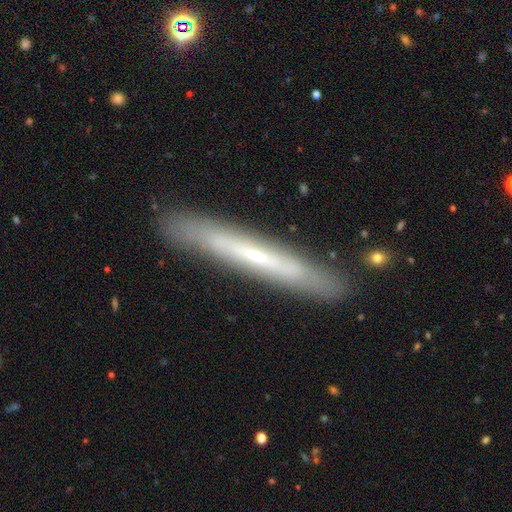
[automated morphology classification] smooth-or-featured: featured or disk: 64% | smooth: 29% | star or artifact: 7%
  disk-edge-on: yes: 84% | no: 16%
    edge-on-bulge: none: 52% | rounded: 43% | boxy: 5%
  merging: none: 88% | minor disturbance: 8% | major disturbance: 2% | merger: 1%